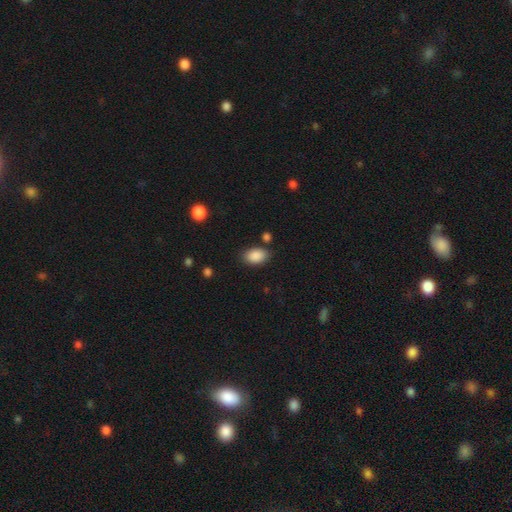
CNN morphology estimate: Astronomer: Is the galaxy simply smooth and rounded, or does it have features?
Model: smooth — 89%.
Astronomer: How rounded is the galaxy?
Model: in between — 89%.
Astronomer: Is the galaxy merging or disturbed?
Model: none — 80%.